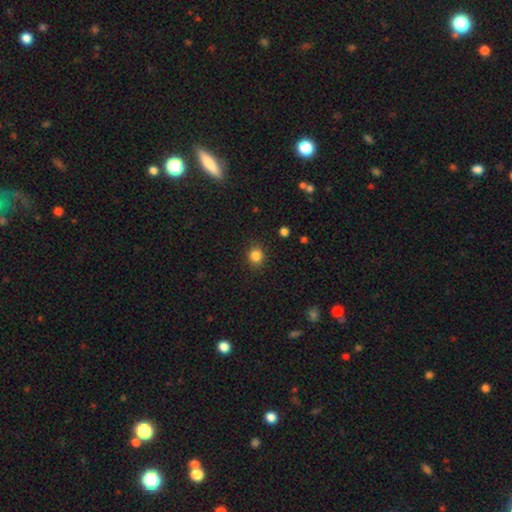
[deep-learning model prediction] Smooth or featured? smooth (84%)
How rounded? round (82%)
Merging? none (89%)